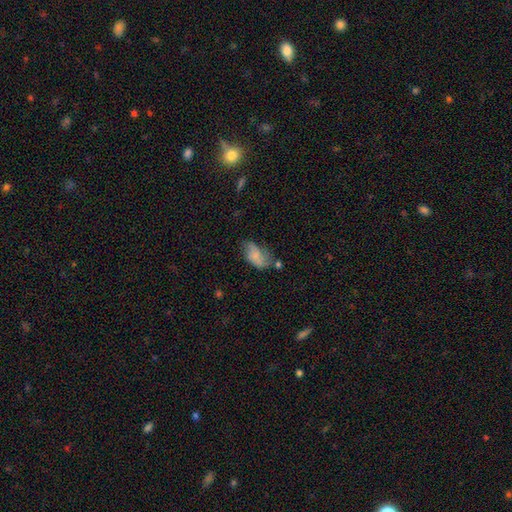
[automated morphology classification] The model was most divided on "merging": none: 39%, minor disturbance: 33%, major disturbance: 18%, merger: 10%. More confident: how rounded — in between (92%); smooth or featured — smooth (66%).